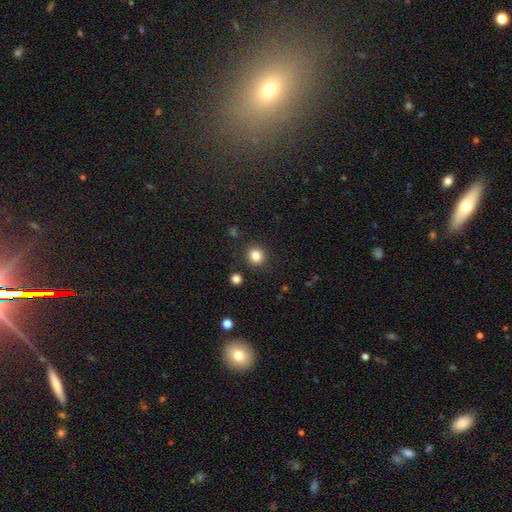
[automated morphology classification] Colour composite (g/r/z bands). It shows a smooth galaxy with no disk features (83%) that is round (89%). Merging: none (90%).